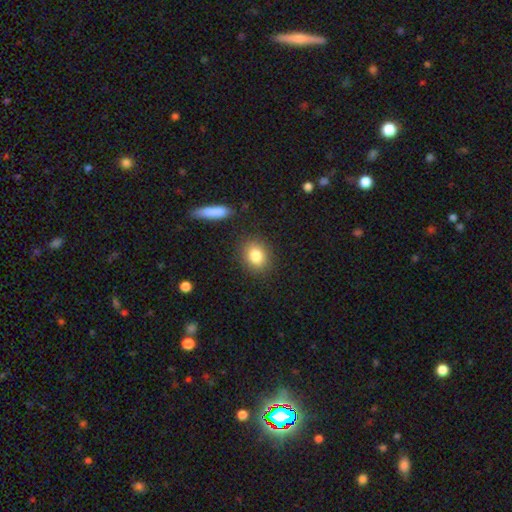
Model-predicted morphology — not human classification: Q: Smooth or featured?
A: smooth (82%); runner-up: star or artifact (10%)
Q: How rounded?
A: round (55%); runner-up: in between (43%)
Q: Merging?
A: none (86%); runner-up: minor disturbance (9%)